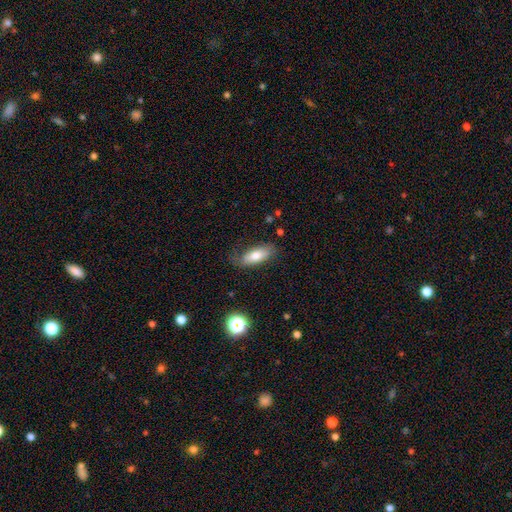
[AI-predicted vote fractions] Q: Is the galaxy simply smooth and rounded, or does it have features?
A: smooth — 73%.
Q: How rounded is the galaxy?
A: in between — 80%.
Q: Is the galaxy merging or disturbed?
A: none — 68%.